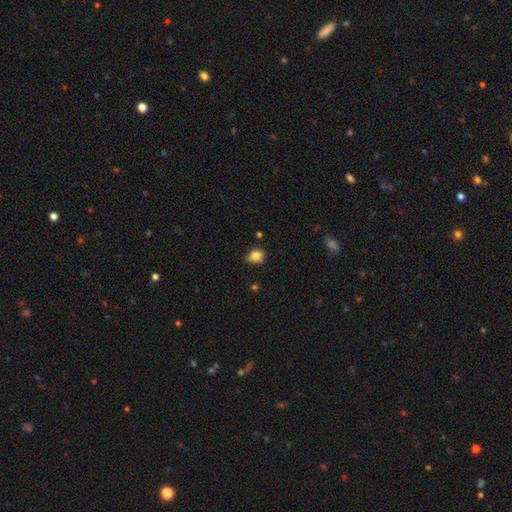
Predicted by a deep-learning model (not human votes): A smooth galaxy with no disk features (82%) that is in between round and cigar-shaped (50%). Merging: none (71%).